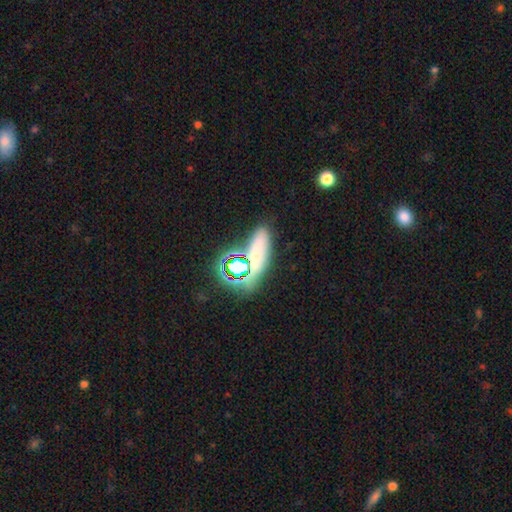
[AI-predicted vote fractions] The model was most divided on "smooth or featured": smooth: 46%, star or artifact: 35%, featured or disk: 19%. More confident: merging — none (62%).